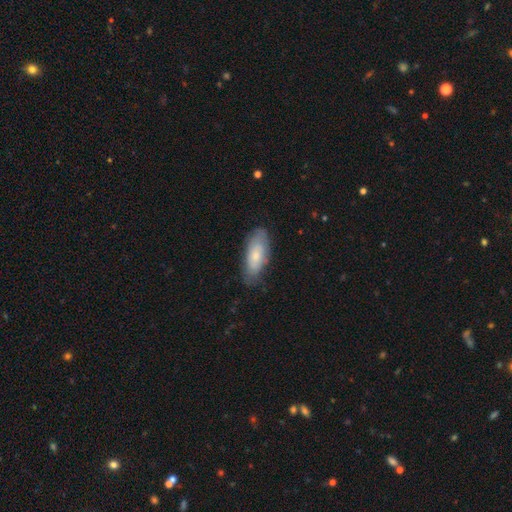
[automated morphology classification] The model was most divided on "smooth or featured": smooth: 66%, featured or disk: 28%, star or artifact: 6%. More confident: how rounded — in between (81%); merging — none (72%).